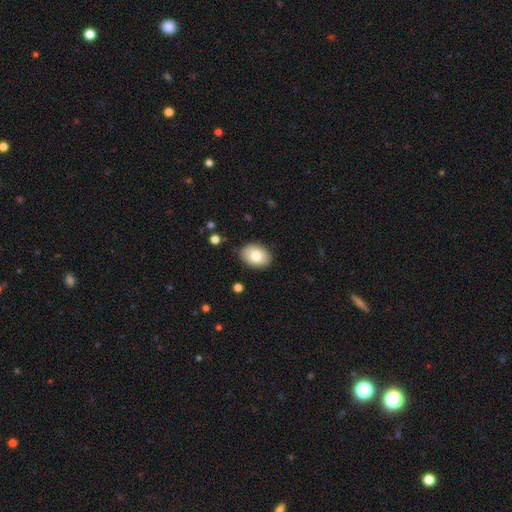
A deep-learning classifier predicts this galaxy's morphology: smooth_or_featured: smooth (p=0.80) [alt: featured or disk p=0.13]
how_rounded: in between (p=0.79) [alt: round p=0.20]
merging: none (p=0.88) [alt: minor disturbance p=0.09]